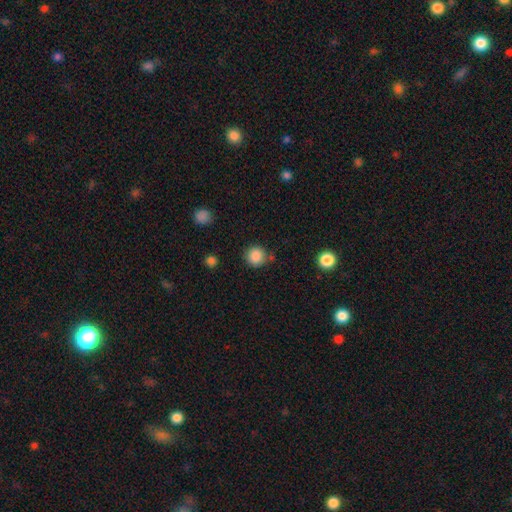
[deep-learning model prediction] Smooth or featured: smooth — 86% (star or artifact — 10%)
How rounded: round — 91% (in between — 8%)
Merging: none — 79% (minor disturbance — 12%)